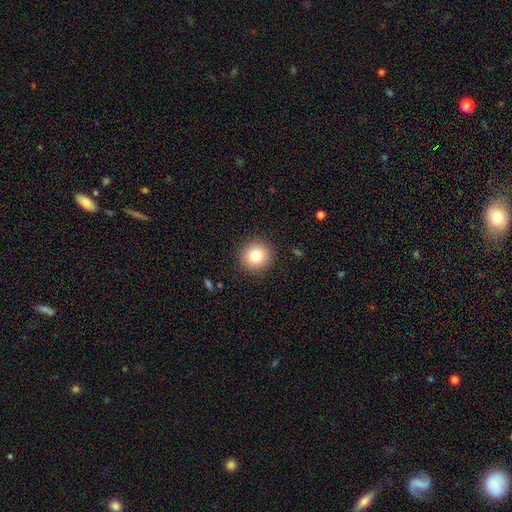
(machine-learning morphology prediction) Q: Smooth or featured?
A: smooth (80%); runner-up: star or artifact (11%)
Q: How rounded?
A: round (93%); runner-up: in between (6%)
Q: Merging?
A: none (91%); runner-up: minor disturbance (6%)